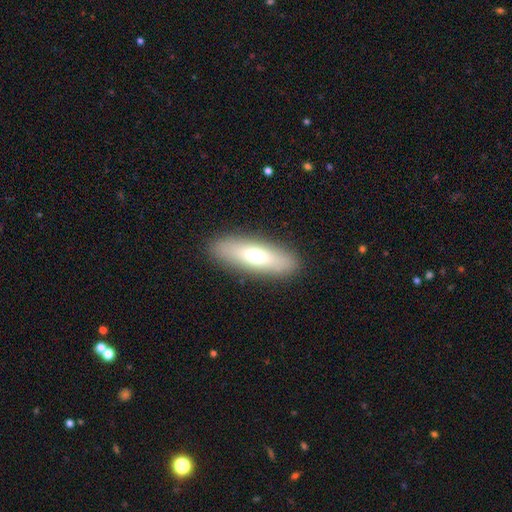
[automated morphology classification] A smooth galaxy with no disk features (64%) that is in between round and cigar-shaped (52%). Merging: none (89%).